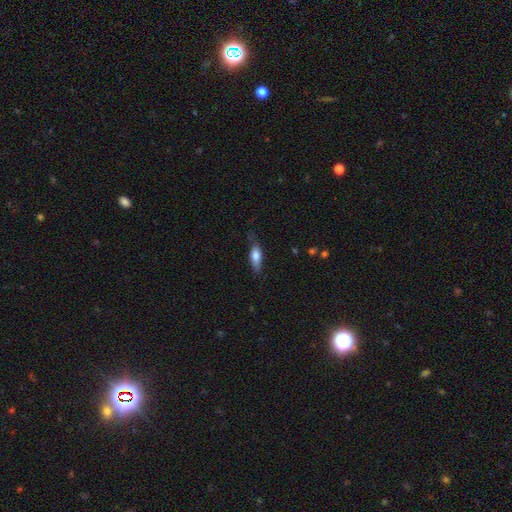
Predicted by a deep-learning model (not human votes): Q: Smooth or featured?
A: smooth (73%); runner-up: featured or disk (20%)
Q: How rounded?
A: in between (66%); runner-up: cigar-shaped (31%)
Q: Merging?
A: none (62%); runner-up: minor disturbance (28%)